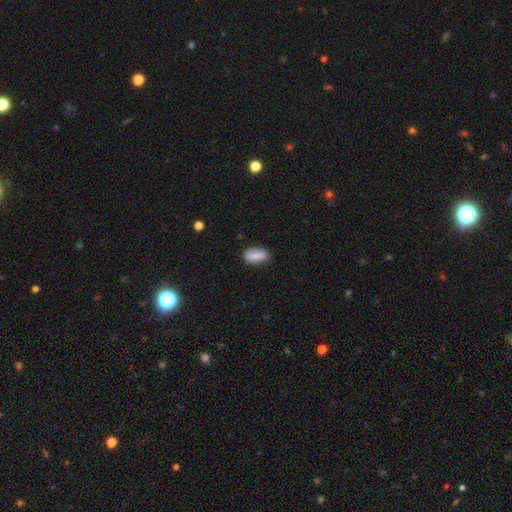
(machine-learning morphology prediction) smooth-or-featured: smooth: 75% | featured or disk: 18% | star or artifact: 7%
  how-rounded: in between: 83% | cigar-shaped: 12% | round: 5%
  merging: none: 82% | minor disturbance: 13% | major disturbance: 3% | merger: 2%